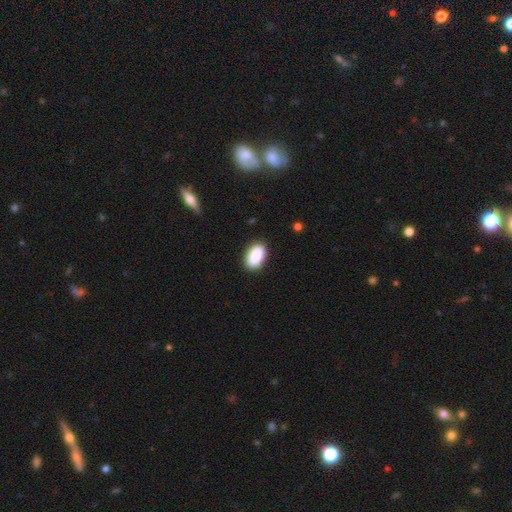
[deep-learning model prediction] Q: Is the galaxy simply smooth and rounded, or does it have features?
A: smooth — 90%.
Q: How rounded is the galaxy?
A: in between — 94%.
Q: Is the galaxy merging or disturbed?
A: none — 88%.